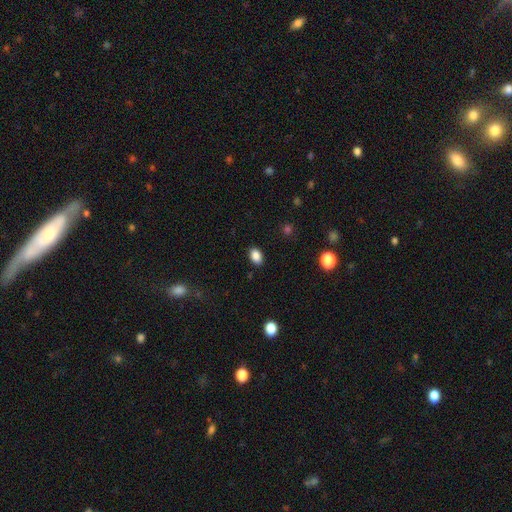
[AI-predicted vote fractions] This appears to be a smooth galaxy with no disk features (86%) that is in between round and cigar-shaped (84%). Merging: none (87%).